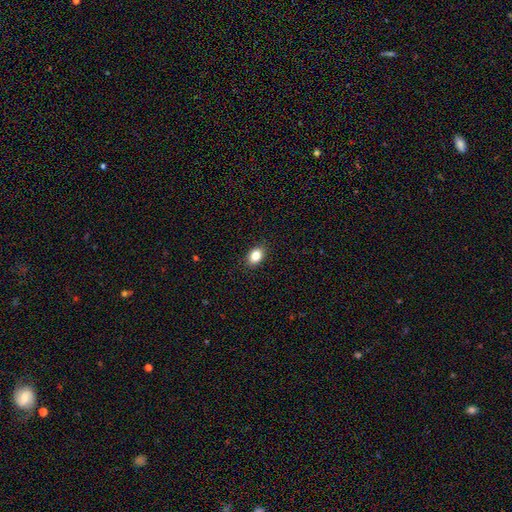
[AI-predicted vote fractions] Smooth or featured?
  - smooth: 85% *
  - star or artifact: 9%
  - featured or disk: 6%
How rounded?
  - in between: 79% *
  - round: 20%
  - cigar-shaped: 1%
Merging?
  - none: 89% *
  - minor disturbance: 8%
  - major disturbance: 2%
  - merger: 1%